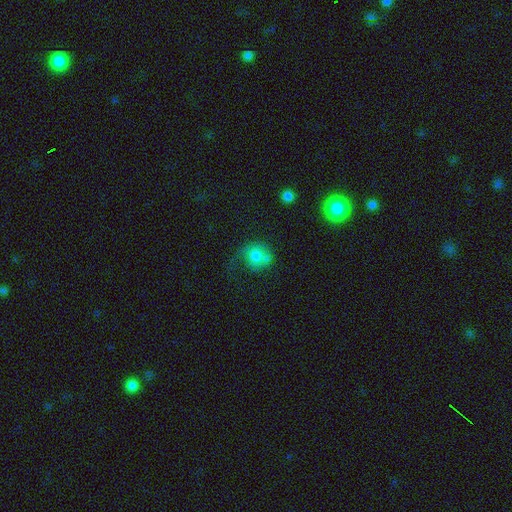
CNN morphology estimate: Smooth or featured: smooth — 68% (featured or disk — 22%)
How rounded: round — 78% (in between — 21%)
Merging: none — 37% (major disturbance — 26%)